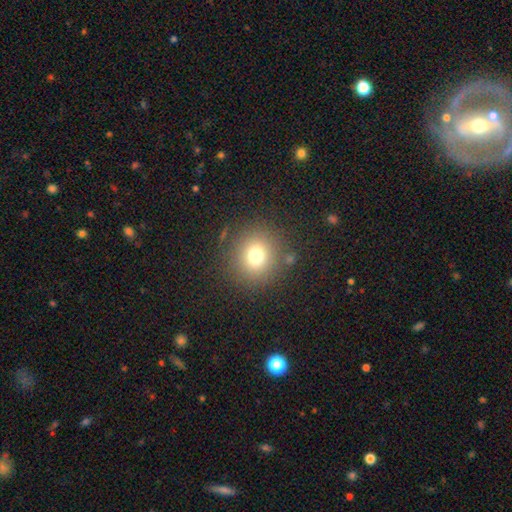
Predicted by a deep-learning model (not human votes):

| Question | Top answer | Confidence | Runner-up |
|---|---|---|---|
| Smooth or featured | smooth | 73% | star or artifact (16%) |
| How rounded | round | 89% | in between (10%) |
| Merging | none | 85% | minor disturbance (8%) |